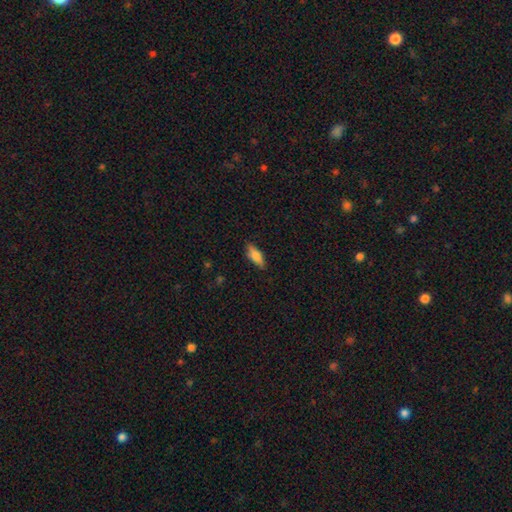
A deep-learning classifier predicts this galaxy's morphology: Smooth or featured: smooth — 73% (featured or disk — 20%)
How rounded: in between — 66% (cigar-shaped — 31%)
Merging: none — 85% (minor disturbance — 12%)